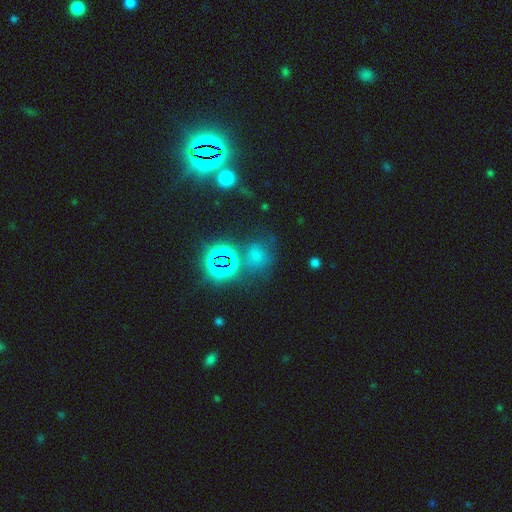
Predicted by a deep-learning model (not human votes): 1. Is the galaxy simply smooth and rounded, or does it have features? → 51% smooth, 41% star or artifact, 8% featured or disk.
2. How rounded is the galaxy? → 75% round, 24% in between, 2% cigar-shaped.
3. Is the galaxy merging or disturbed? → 62% none, 17% minor disturbance, 12% merger, 9% major disturbance.